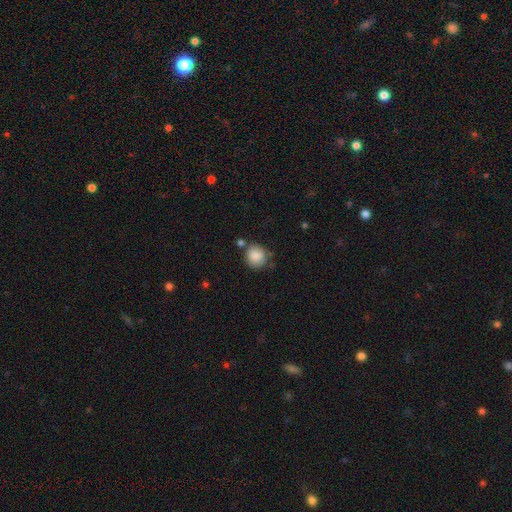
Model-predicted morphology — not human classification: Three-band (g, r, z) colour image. It shows a smooth galaxy with no disk features (86%) that is round (80%). Merging: none (62%).